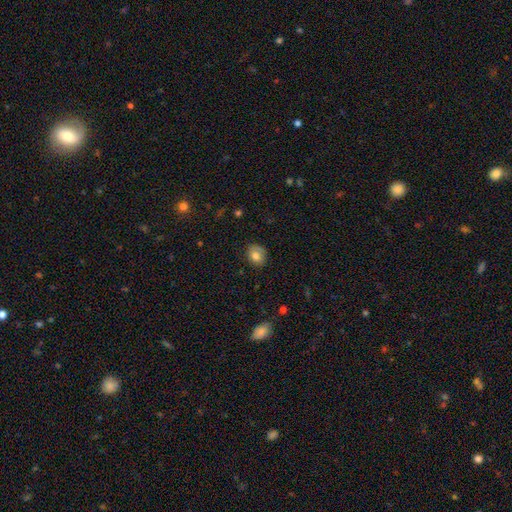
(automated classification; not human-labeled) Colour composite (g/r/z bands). It shows a smooth galaxy with no disk features (77%) that is round (65%). Merging: none (77%).